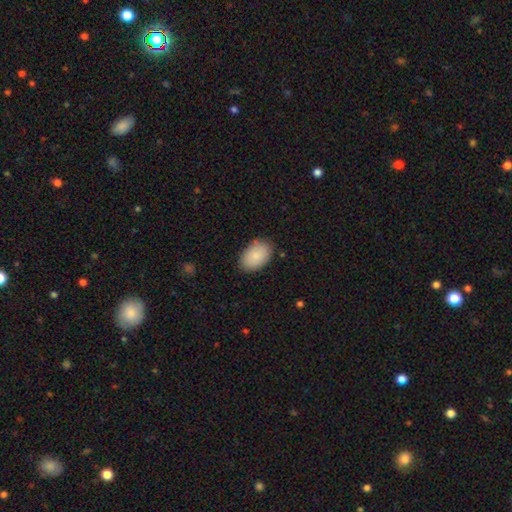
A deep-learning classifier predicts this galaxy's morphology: Smooth or featured: smooth — 87% (featured or disk — 7%)
How rounded: in between — 91% (round — 8%)
Merging: none — 84% (minor disturbance — 12%)